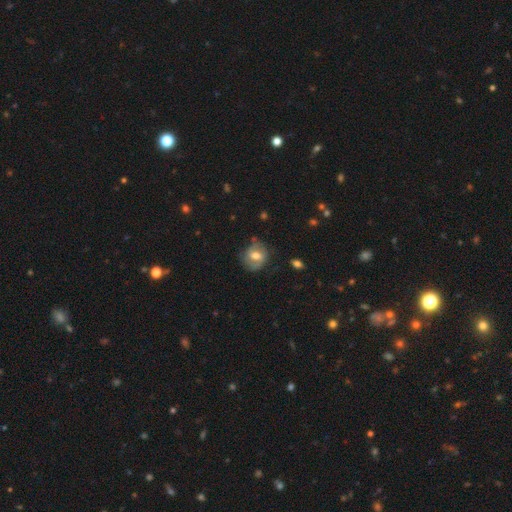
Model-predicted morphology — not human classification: Smooth or featured? featured or disk (53%)
Edge-on disk? no (96%)
Bar? weak (49%)
Spiral arms? yes (73%)
Bulge size? moderate (64%)
Merging? none (65%)